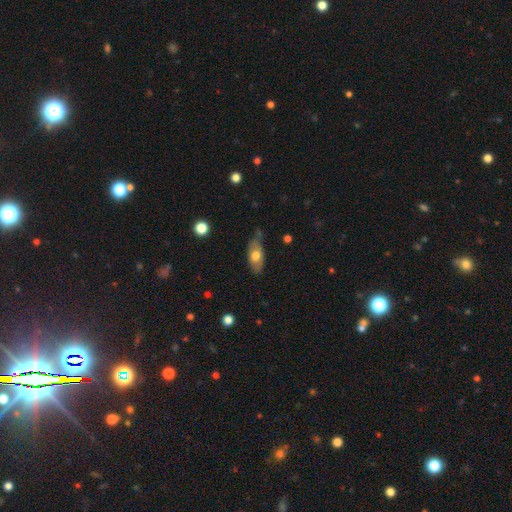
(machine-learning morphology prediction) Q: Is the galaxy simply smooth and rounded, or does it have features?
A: smooth — 63%.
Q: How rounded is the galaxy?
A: in between — 82%.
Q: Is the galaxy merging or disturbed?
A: none — 68%.